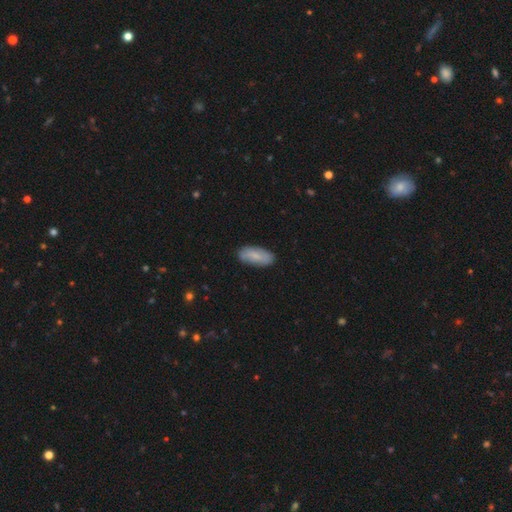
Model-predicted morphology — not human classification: Smooth or featured? Predicted: smooth (p=0.72). How rounded? Predicted: in between (p=0.84). Merging? Predicted: none (p=0.84).